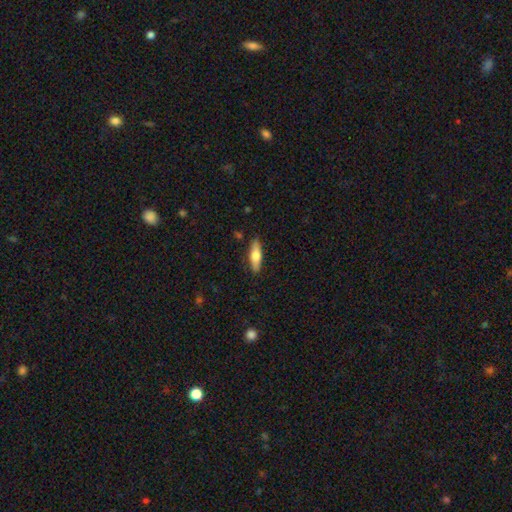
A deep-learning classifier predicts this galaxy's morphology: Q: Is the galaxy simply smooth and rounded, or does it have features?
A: smooth — 69%.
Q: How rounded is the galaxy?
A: cigar-shaped — 51%.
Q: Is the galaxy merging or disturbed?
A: none — 87%.